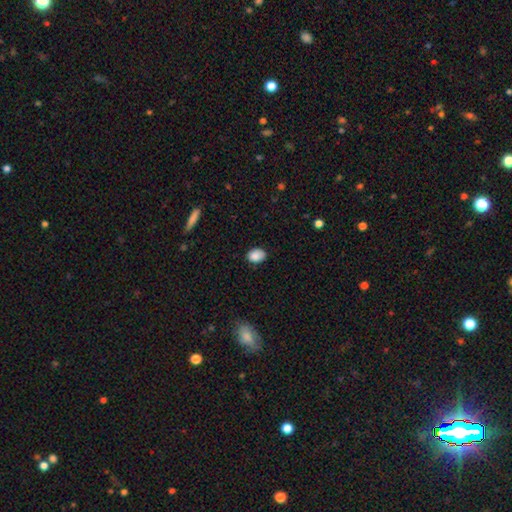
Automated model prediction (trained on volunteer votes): Morphology: type=smooth (87%); roundness=in between (76%); merging=none (78%).